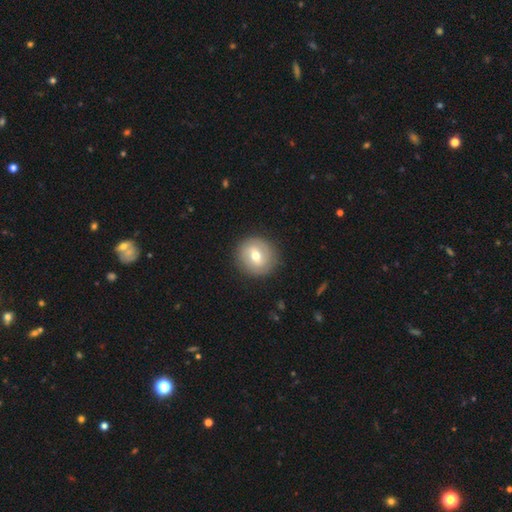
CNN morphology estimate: Smooth or featured: smooth — 50% (featured or disk — 43%)
How rounded: round — 87% (in between — 12%)
Merging: none — 88% (minor disturbance — 8%)